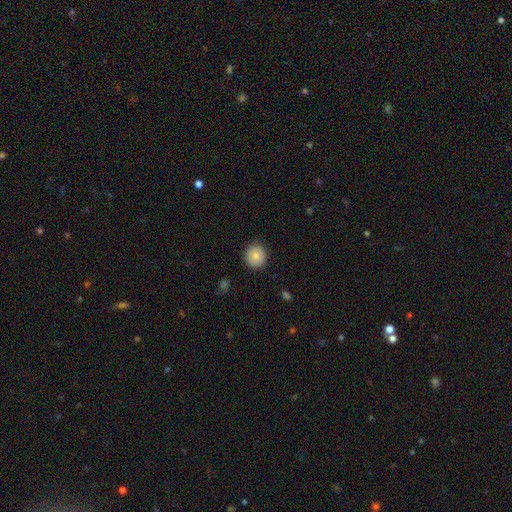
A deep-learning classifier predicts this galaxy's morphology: Smooth or featured? Predicted: smooth (p=0.80). How rounded? Predicted: round (p=0.90). Merging? Predicted: none (p=0.89).